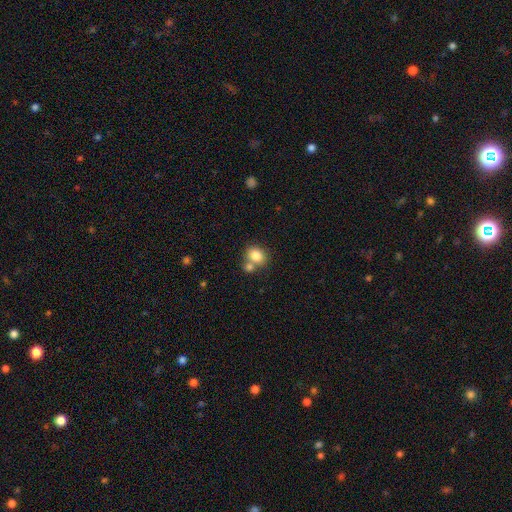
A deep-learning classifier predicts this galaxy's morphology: Smooth or featured? smooth (82%)
How rounded? round (63%)
Merging? none (53%)